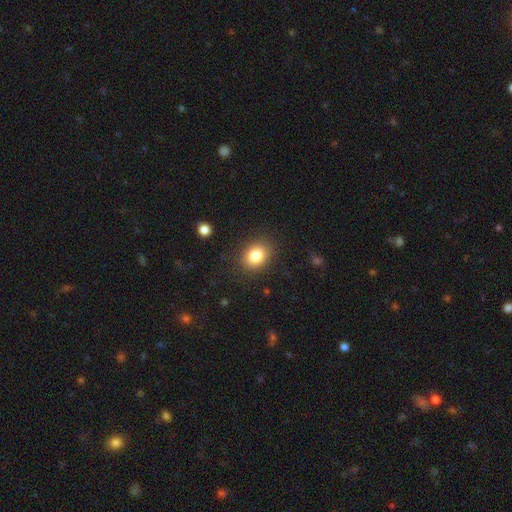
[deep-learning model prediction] Morphology: type=smooth (83%); roundness=in between (50%); merging=none (87%).